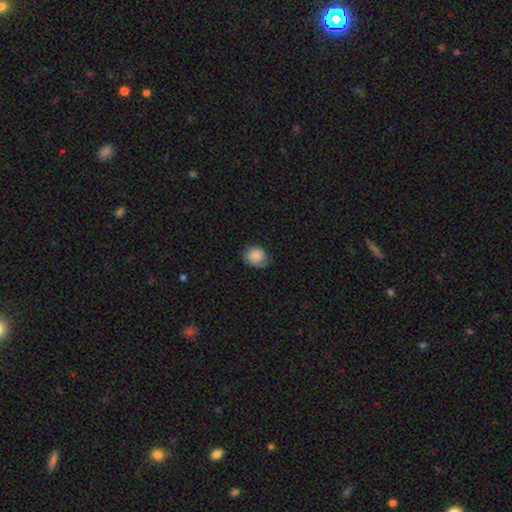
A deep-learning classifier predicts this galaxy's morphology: This is clearly a smooth galaxy (82%). How rounded: likely round (72%). Merging: likely none (67%).